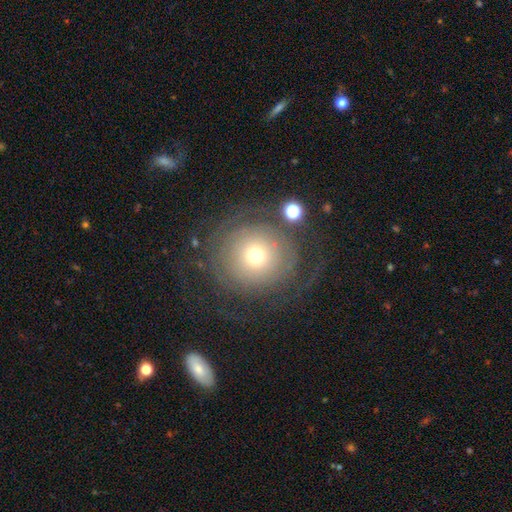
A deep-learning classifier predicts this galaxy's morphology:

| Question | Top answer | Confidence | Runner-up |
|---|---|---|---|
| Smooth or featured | featured or disk | 49% | smooth (38%) |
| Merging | none | 63% | major disturbance (19%) |